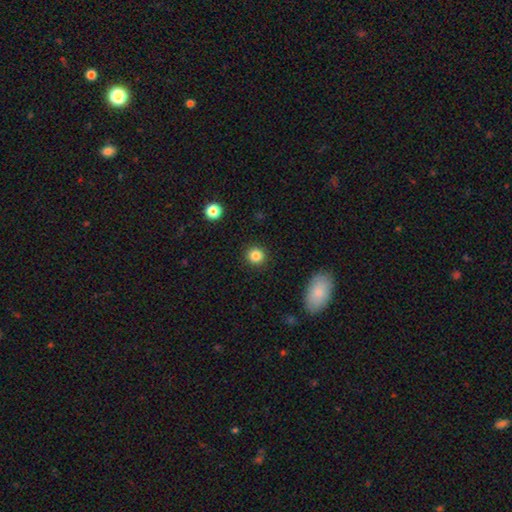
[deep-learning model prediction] A smooth galaxy with no disk features (86%) that is round (92%).

Vote fractions:
- Smooth or featured? smooth: 86% / star or artifact: 10% / featured or disk: 4%
- How rounded? round: 92% / in between: 7% / cigar-shaped: 1%
- Merging? none: 92% / minor disturbance: 5% / major disturbance: 2% / merger: 1%